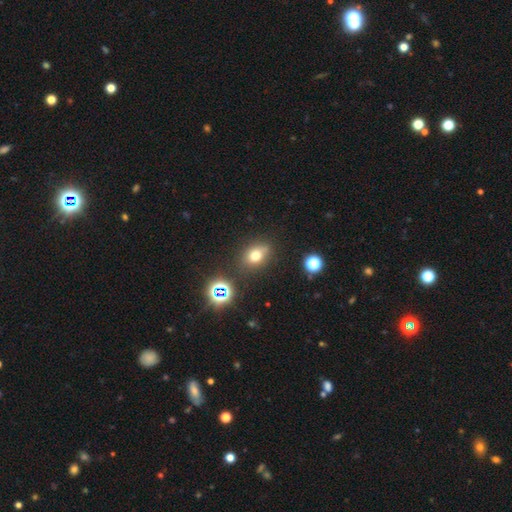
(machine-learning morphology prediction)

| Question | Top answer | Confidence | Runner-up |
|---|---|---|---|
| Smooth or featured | smooth | 69% | star or artifact (20%) |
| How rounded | in between | 57% | round (41%) |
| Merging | none | 76% | minor disturbance (15%) |